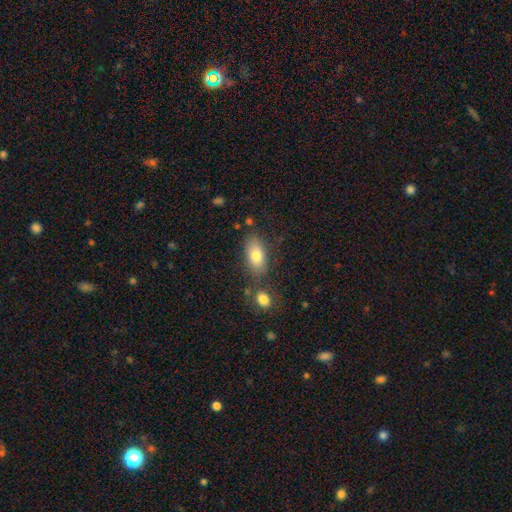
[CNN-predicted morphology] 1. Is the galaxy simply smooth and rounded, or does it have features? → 79% smooth, 14% featured or disk, 8% star or artifact.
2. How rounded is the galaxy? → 90% in between, 6% round, 4% cigar-shaped.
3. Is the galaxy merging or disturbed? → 71% none, 14% minor disturbance, 10% merger, 4% major disturbance.